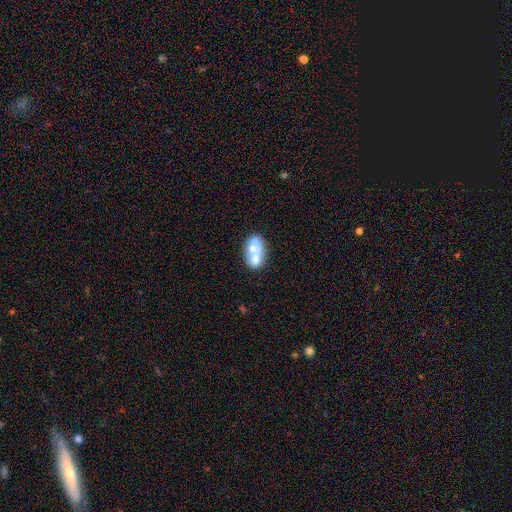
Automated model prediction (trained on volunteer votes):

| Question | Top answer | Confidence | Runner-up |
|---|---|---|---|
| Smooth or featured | smooth | 53% | featured or disk (39%) |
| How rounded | in between | 77% | round (21%) |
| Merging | merger | 57% | none (25%) |